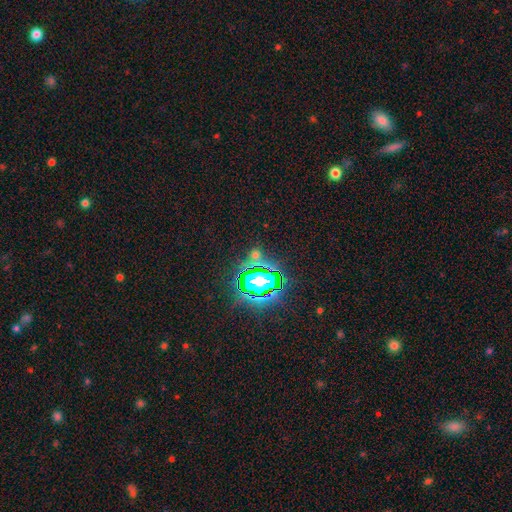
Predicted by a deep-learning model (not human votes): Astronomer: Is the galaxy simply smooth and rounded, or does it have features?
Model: star or artifact — 64%.